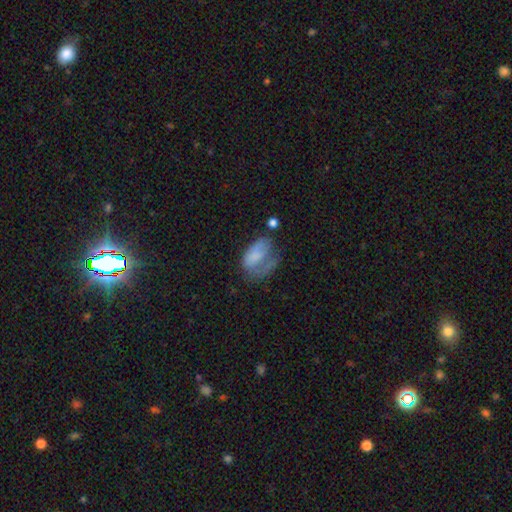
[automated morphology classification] Smooth or featured? Predicted: smooth (p=0.59). How rounded? Predicted: in between (p=0.87). Merging? Predicted: major disturbance (p=0.43).